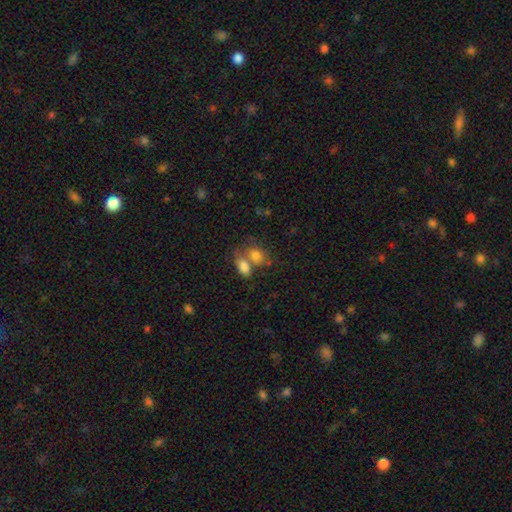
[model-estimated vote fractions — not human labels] smooth_or_featured: smooth (p=0.79) [alt: featured or disk p=0.12]
how_rounded: in between (p=0.68) [alt: round p=0.30]
merging: merger (p=0.53) [alt: none p=0.32]